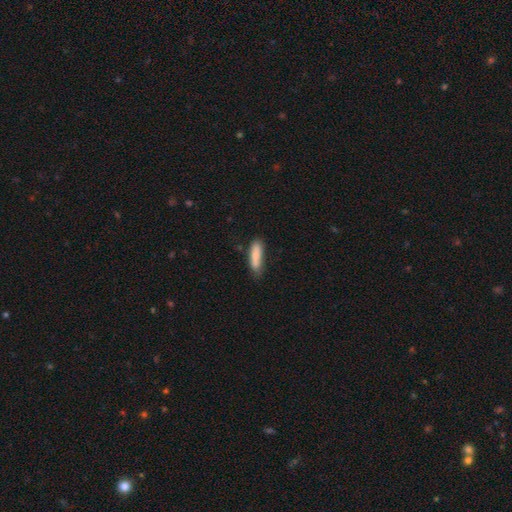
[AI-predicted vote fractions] This is clearly a smooth galaxy (82%). How rounded: likely cigar-shaped (66%). Merging: likely none (64%).